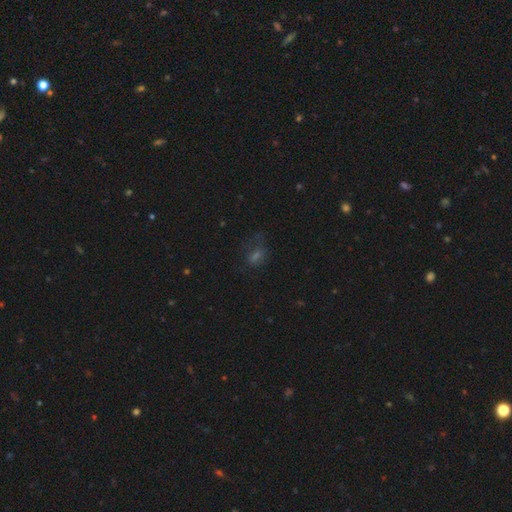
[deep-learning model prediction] A smooth galaxy with no disk features (45%). Merging: none (55%).